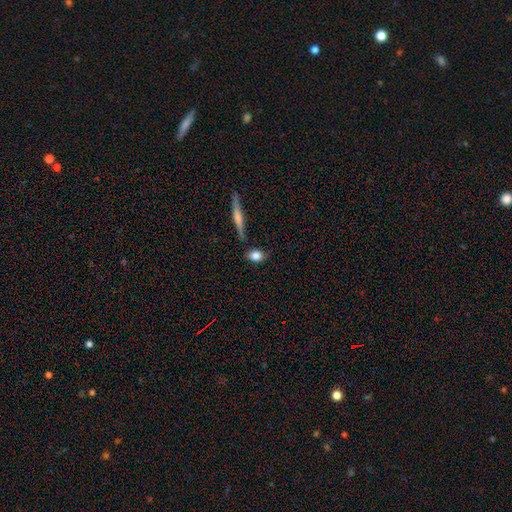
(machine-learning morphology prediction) A smooth galaxy with no disk features (81%) that is in between round and cigar-shaped (67%). Merging: none (77%).